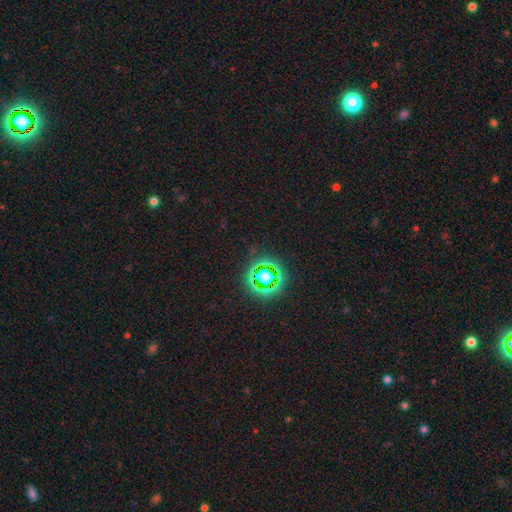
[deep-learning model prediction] A star or artifact, not a galaxy (79%).